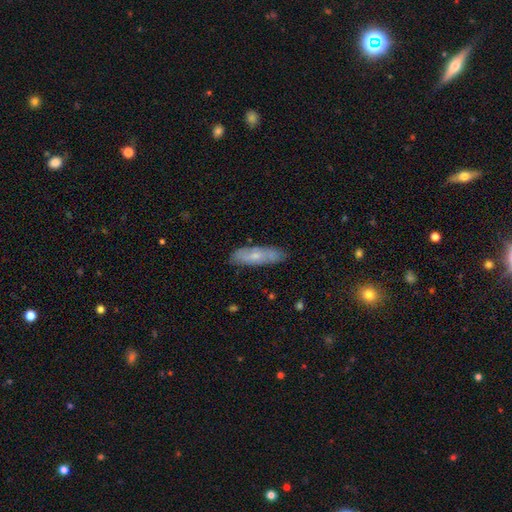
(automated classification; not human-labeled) smooth-or-featured: smooth: 55% | featured or disk: 38% | star or artifact: 7%
  how-rounded: cigar-shaped: 57% | in between: 40% | round: 2%
  merging: none: 80% | minor disturbance: 16% | major disturbance: 3% | merger: 2%